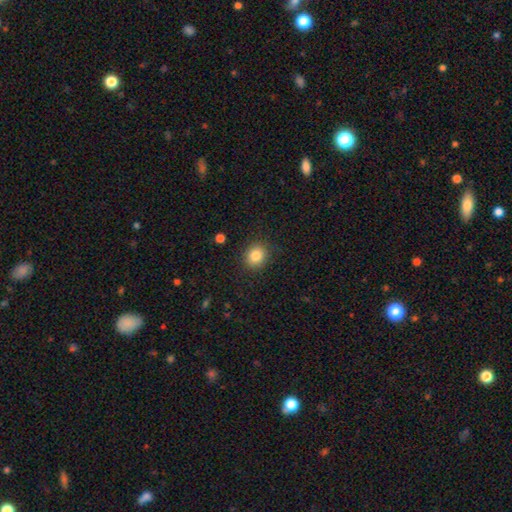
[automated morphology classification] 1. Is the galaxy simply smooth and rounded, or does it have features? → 84% smooth, 10% star or artifact, 6% featured or disk.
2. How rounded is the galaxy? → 78% round, 21% in between, 1% cigar-shaped.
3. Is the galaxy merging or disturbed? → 87% none, 9% minor disturbance, 3% major disturbance, 1% merger.